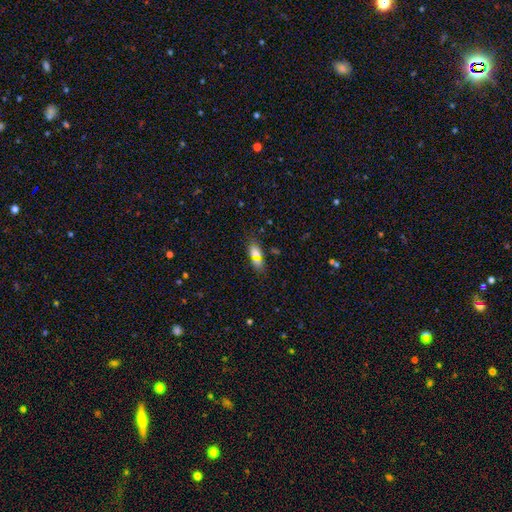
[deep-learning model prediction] This appears to be a smooth galaxy with no disk features (68%) that is in between round and cigar-shaped (77%). Merging: none (75%).